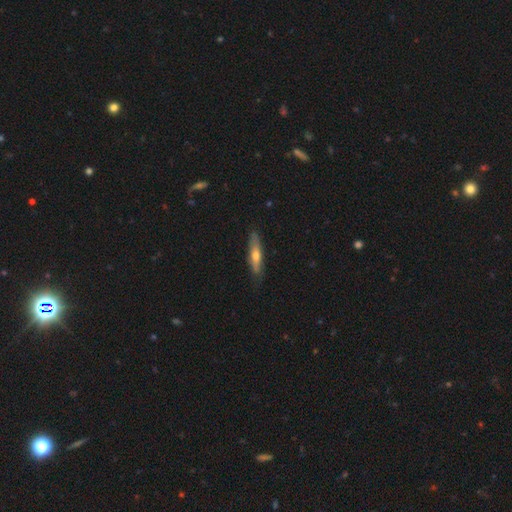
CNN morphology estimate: This appears to be a smooth galaxy with no disk features (54%) that is cigar-shaped (78%). Merging: none (79%).